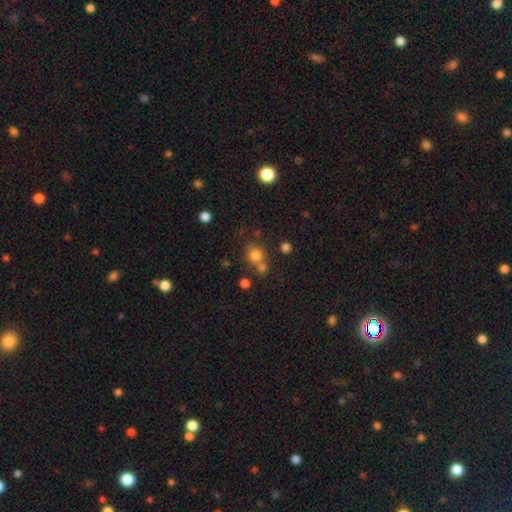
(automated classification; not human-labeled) Smooth or featured? smooth (77%)
How rounded? round (81%)
Merging? none (55%)